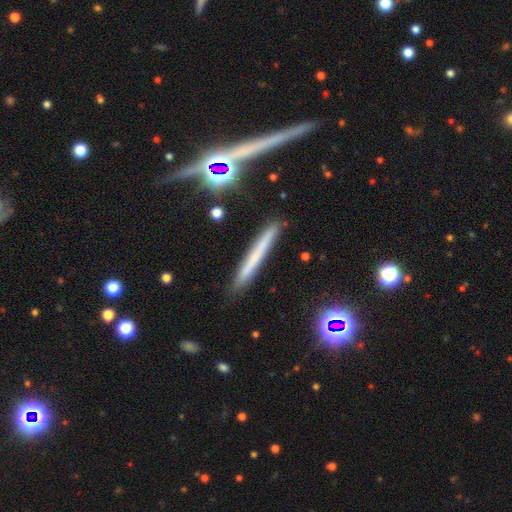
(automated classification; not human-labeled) smooth_or_featured: smooth (p=0.54) [alt: featured or disk p=0.34]
how_rounded: cigar-shaped (p=0.95) [alt: in between p=0.03]
merging: none (p=0.86) [alt: minor disturbance p=0.10]